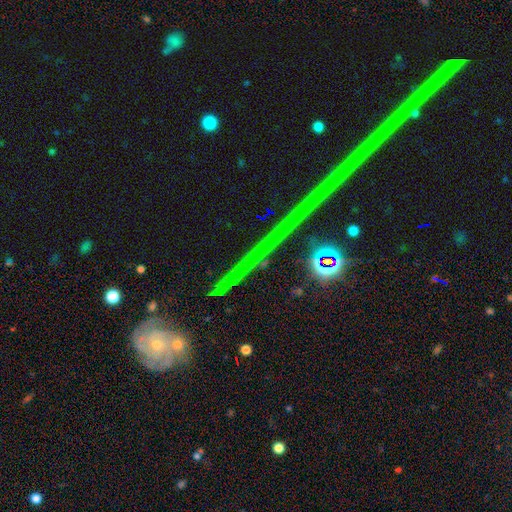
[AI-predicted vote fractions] smooth-or-featured: star or artifact: 79% | featured or disk: 13% | smooth: 8%